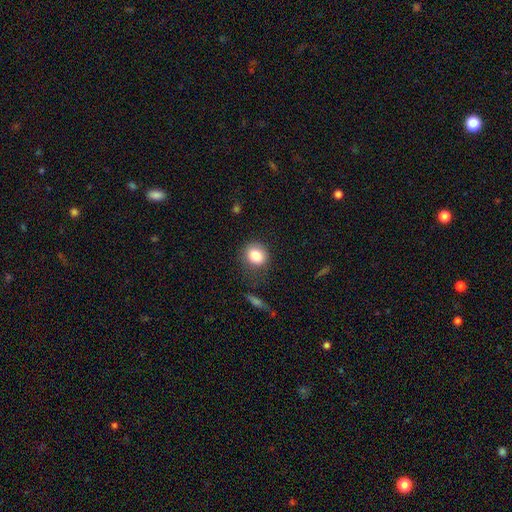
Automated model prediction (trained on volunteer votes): The model was most divided on "how rounded": round: 71%, in between: 28%, cigar-shaped: 1%. More confident: smooth or featured — smooth (83%); merging — none (77%).